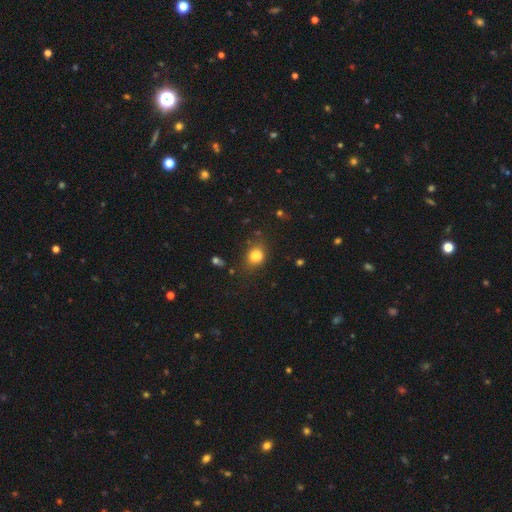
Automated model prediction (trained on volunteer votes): Smooth or featured? smooth (80%)
How rounded? round (56%)
Merging? none (61%)